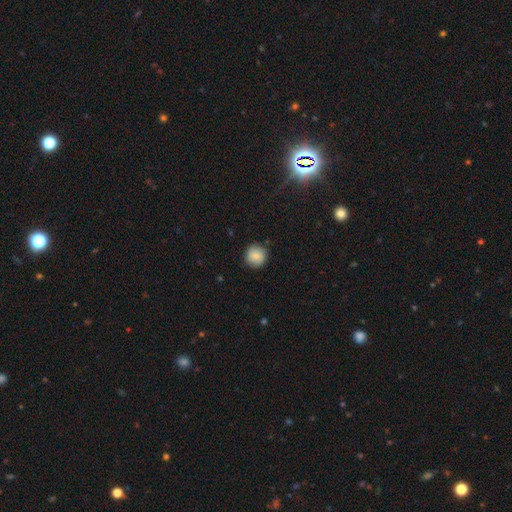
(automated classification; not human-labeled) smooth_or_featured: smooth (p=0.81) [alt: featured or disk p=0.11]
how_rounded: round (p=0.92) [alt: in between p=0.07]
merging: none (p=0.84) [alt: minor disturbance p=0.12]